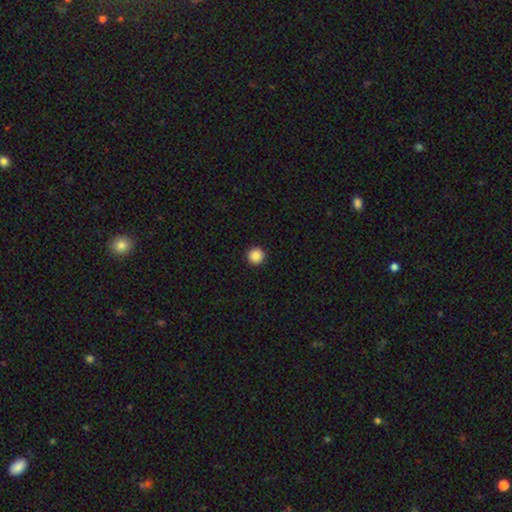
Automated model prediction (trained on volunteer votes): The model was most divided on "smooth or featured": smooth: 88%, star or artifact: 9%, featured or disk: 2%. More confident: how rounded — round (96%); merging — none (93%).